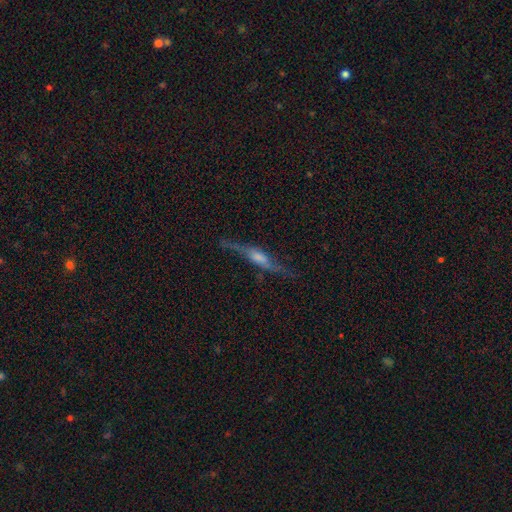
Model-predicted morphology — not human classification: A featured or disk galaxy (74%) viewed edge-on (85%) with a rounded central bulge (63%). Merging: none (71%).